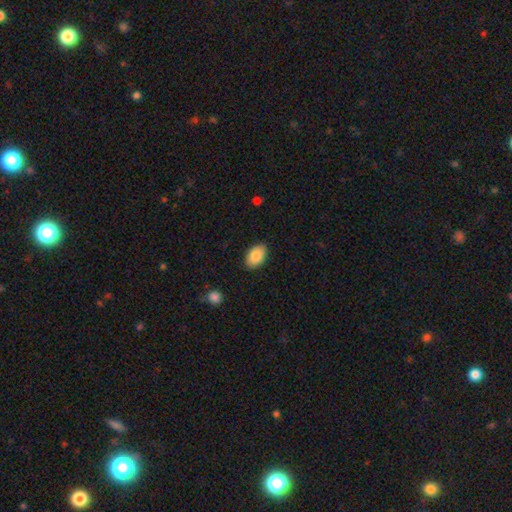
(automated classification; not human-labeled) Smooth or featured?
  - smooth: 86% *
  - featured or disk: 7%
  - star or artifact: 6%
How rounded?
  - in between: 92% *
  - round: 7%
  - cigar-shaped: 1%
Merging?
  - none: 87% *
  - minor disturbance: 10%
  - major disturbance: 2%
  - merger: 1%